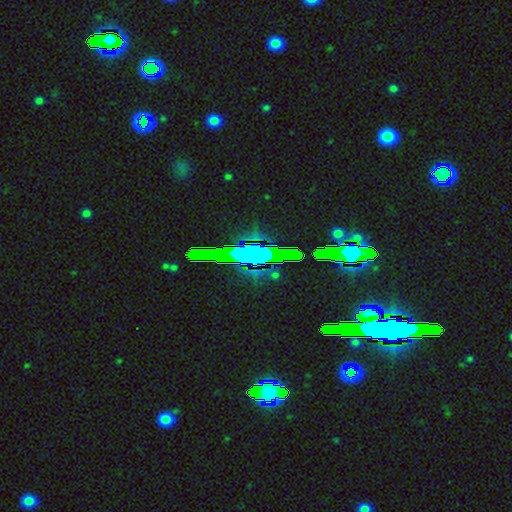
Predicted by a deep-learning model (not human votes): smooth-or-featured: star or artifact: 73% | smooth: 18% | featured or disk: 9%